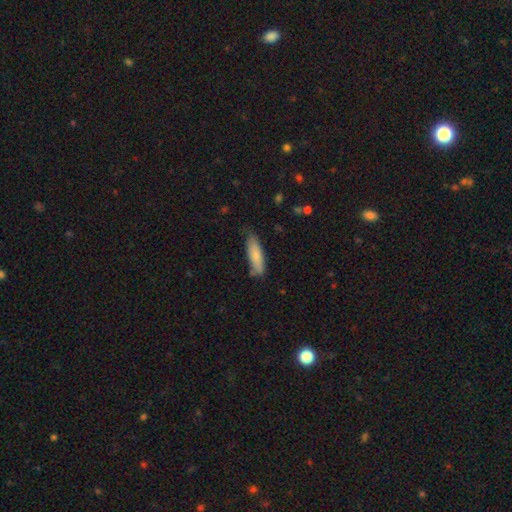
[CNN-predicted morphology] Q: Smooth or featured?
A: smooth (82%); runner-up: featured or disk (12%)
Q: How rounded?
A: cigar-shaped (57%); runner-up: in between (41%)
Q: Merging?
A: none (73%); runner-up: minor disturbance (20%)